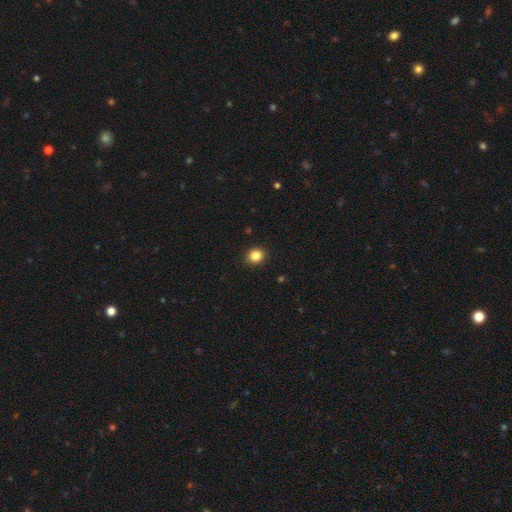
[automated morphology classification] Q: Smooth or featured?
A: smooth (85%); runner-up: star or artifact (11%)
Q: How rounded?
A: round (78%); runner-up: in between (21%)
Q: Merging?
A: none (91%); runner-up: minor disturbance (6%)